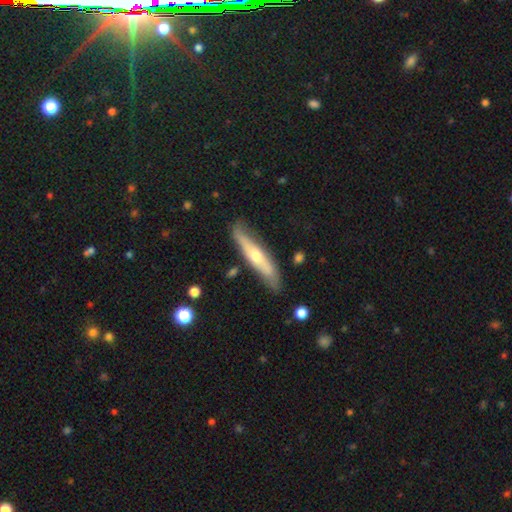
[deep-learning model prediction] This appears to be a featured or disk galaxy (53%) viewed edge-on (76%). Merging: none (77%).